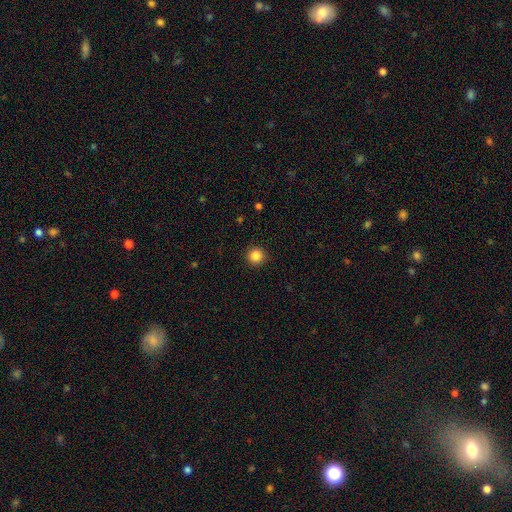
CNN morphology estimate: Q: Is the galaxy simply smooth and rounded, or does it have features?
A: smooth — 85%.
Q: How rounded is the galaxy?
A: round — 95%.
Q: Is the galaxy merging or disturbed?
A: none — 91%.